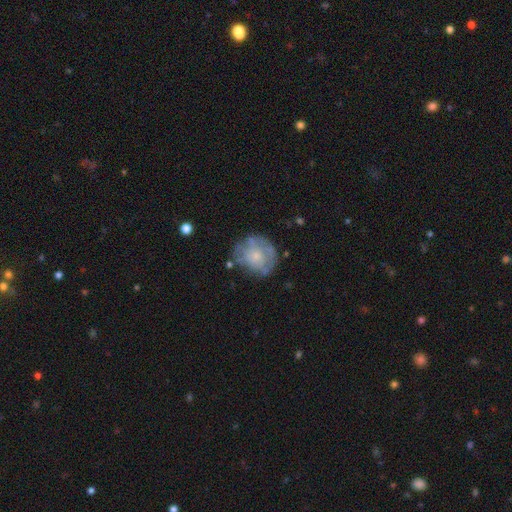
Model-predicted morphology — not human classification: Smooth or featured: featured or disk — 51% (smooth — 42%)
Edge-on disk: no — 97% (yes — 3%)
Merging: none — 59% (minor disturbance — 24%)